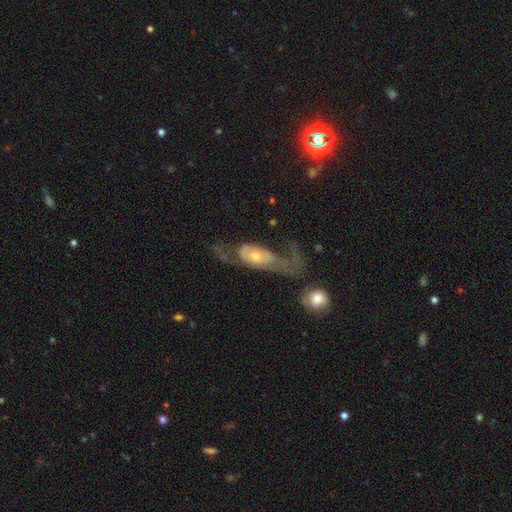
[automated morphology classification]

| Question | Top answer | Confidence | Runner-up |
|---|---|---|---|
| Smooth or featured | featured or disk | 68% | smooth (25%) |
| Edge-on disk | no | 83% | yes (17%) |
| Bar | no | 76% | weak (18%) |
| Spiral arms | yes | 64% | no (36%) |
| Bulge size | moderate | 50% | small (39%) |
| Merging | major disturbance | 46% | none (32%) |